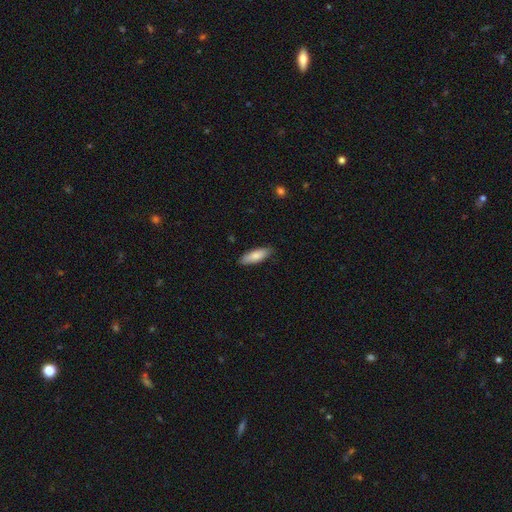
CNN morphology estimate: type=smooth (82%); roundness=in between (63%); merging=none (85%).